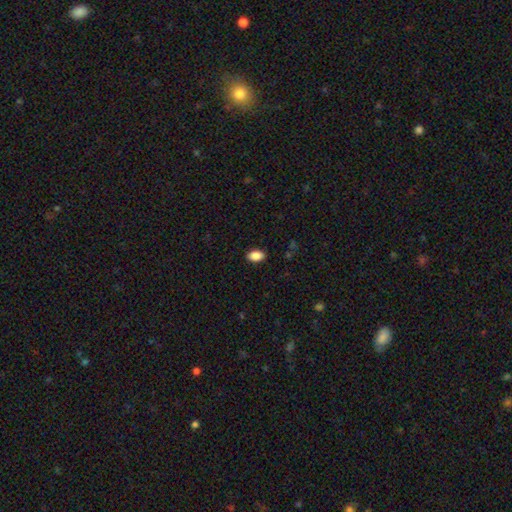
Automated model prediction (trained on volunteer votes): smooth 88%, star or artifact 8%, featured or disk 4%. Down the decision tree: how rounded — in between (91%); merging — none (89%).